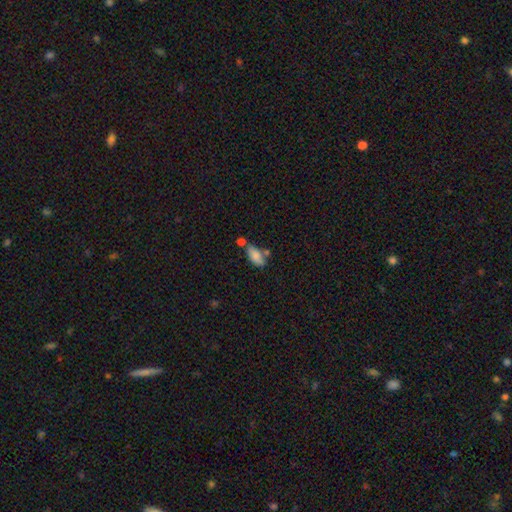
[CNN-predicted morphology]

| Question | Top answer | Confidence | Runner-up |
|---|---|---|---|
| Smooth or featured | smooth | 81% | featured or disk (11%) |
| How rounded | in between | 87% | cigar-shaped (10%) |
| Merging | none | 48% | merger (27%) |